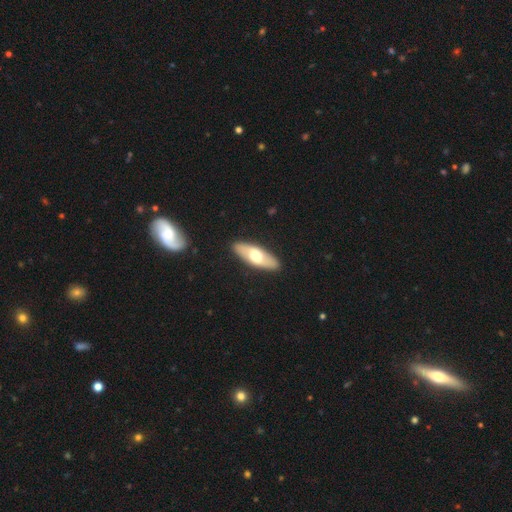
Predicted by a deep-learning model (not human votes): The model was most divided on "smooth or featured": smooth: 52%, featured or disk: 43%, star or artifact: 5%. More confident: merging — none (89%); how rounded — in between (67%).